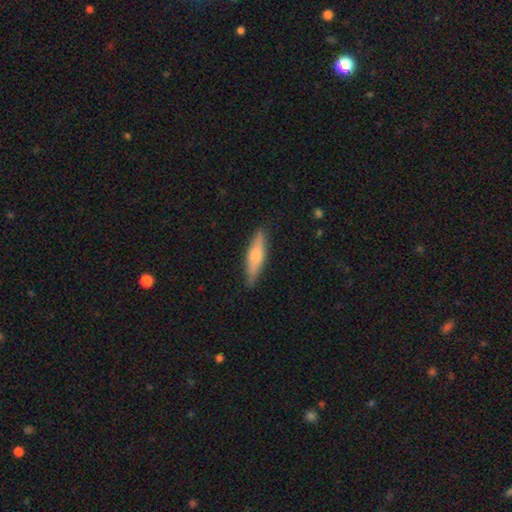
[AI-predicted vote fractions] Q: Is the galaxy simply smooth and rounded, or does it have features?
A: smooth — 62%.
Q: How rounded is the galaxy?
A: cigar-shaped — 71%.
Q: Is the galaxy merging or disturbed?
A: none — 84%.